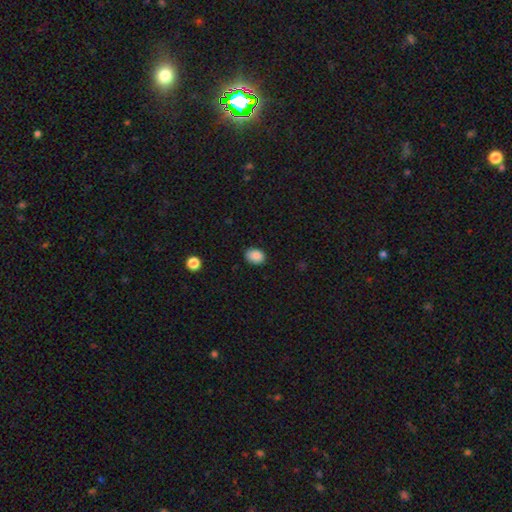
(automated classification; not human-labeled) Morphology: type=smooth (87%); roundness=in between (67%); merging=none (84%).